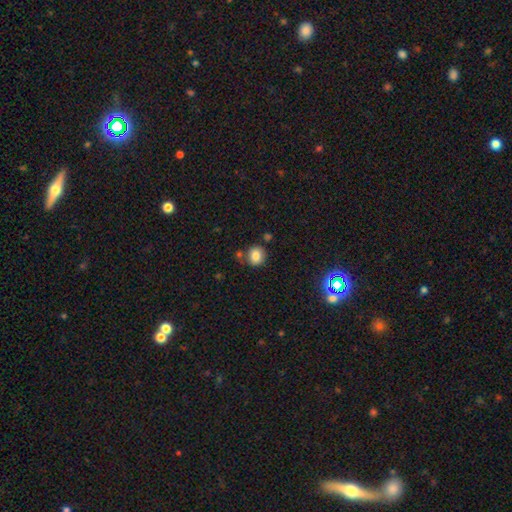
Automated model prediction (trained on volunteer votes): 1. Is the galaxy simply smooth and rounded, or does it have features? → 81% smooth, 11% star or artifact, 7% featured or disk.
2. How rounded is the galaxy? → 76% round, 23% in between, 1% cigar-shaped.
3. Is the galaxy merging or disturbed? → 74% none, 13% minor disturbance, 10% merger, 3% major disturbance.